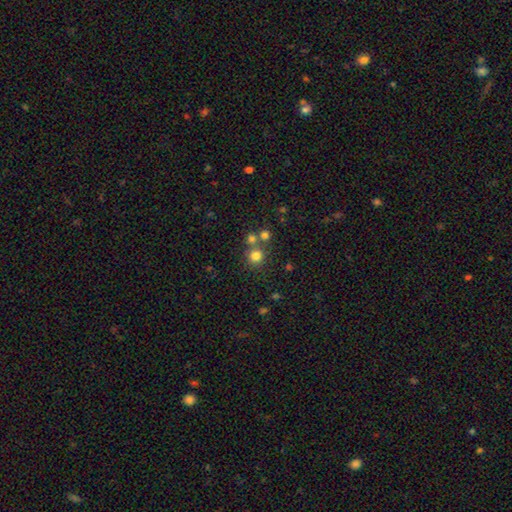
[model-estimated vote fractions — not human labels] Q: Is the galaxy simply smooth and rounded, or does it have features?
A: smooth — 76%.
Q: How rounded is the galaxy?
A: round — 91%.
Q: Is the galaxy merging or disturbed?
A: none — 66%.